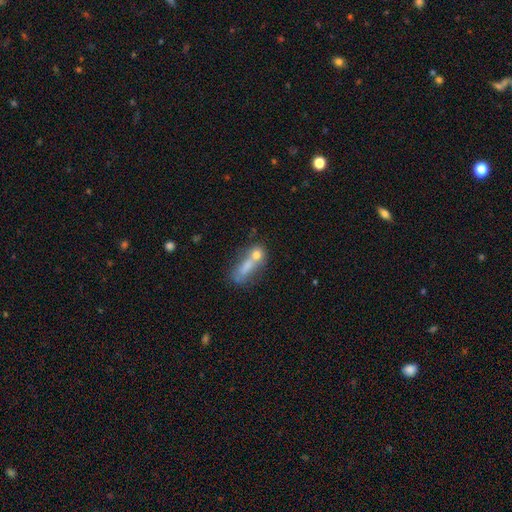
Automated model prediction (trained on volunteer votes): smooth_or_featured: smooth (p=0.65) [alt: featured or disk p=0.23]
how_rounded: in between (p=0.50) [alt: cigar-shaped p=0.32]
merging: merger (p=0.48) [alt: none p=0.29]